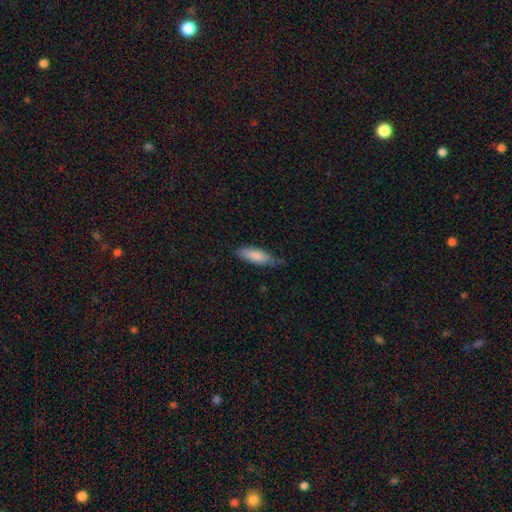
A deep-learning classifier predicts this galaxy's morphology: Q: Smooth or featured?
A: smooth (85%); runner-up: featured or disk (10%)
Q: How rounded?
A: in between (56%); runner-up: cigar-shaped (43%)
Q: Merging?
A: none (60%); runner-up: minor disturbance (33%)